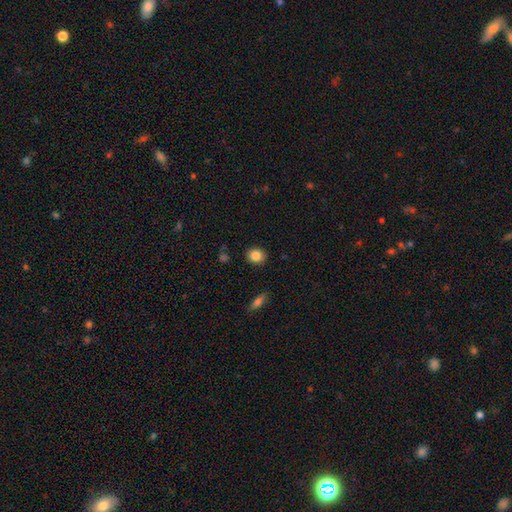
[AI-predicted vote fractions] Smooth or featured? Predicted: smooth (p=0.84). How rounded? Predicted: round (p=0.69). Merging? Predicted: none (p=0.89).